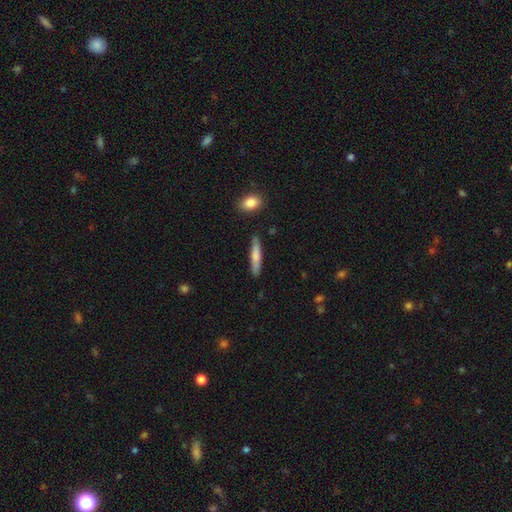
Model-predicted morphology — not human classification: A smooth galaxy with no disk features (70%) that is cigar-shaped (88%). Merging: none (84%).